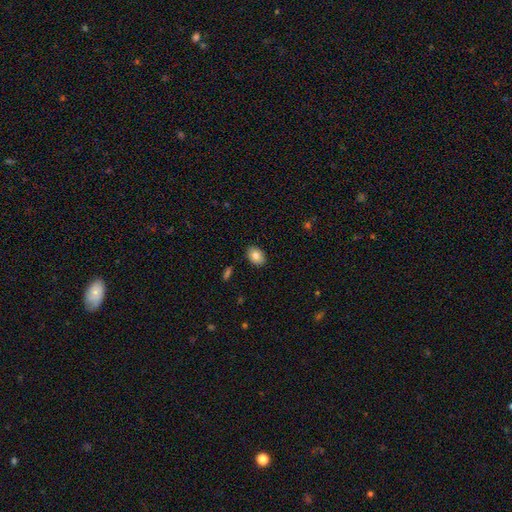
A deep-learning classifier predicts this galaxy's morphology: smooth-or-featured: smooth: 83% | featured or disk: 9% | star or artifact: 8%
  how-rounded: in between: 72% | round: 27% | cigar-shaped: 1%
  merging: none: 89% | minor disturbance: 8% | major disturbance: 2% | merger: 1%